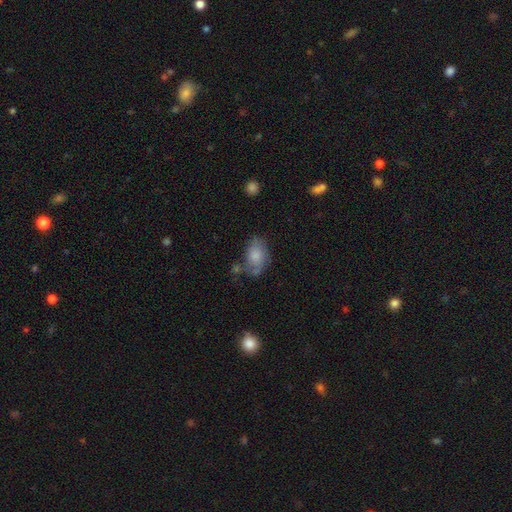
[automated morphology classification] smooth 72%, featured or disk 20%, star or artifact 8%. Down the decision tree: how rounded — in between (86%); merging — none (46%).